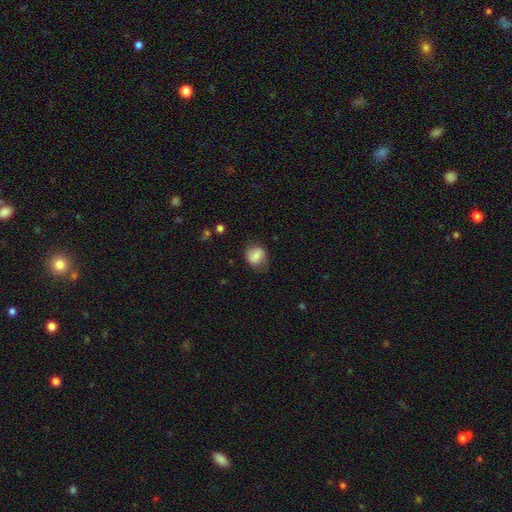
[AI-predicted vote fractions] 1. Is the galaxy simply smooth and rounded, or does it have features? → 75% smooth, 16% featured or disk, 8% star or artifact.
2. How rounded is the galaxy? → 70% round, 29% in between, 1% cigar-shaped.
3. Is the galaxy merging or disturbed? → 70% none, 21% minor disturbance, 7% major disturbance, 2% merger.